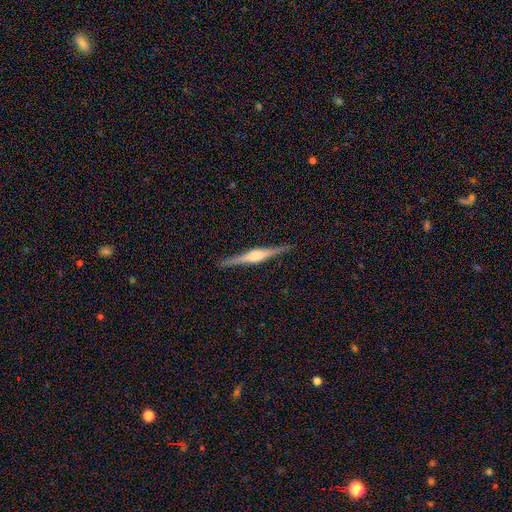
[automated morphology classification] smooth-or-featured: featured or disk: 79% | smooth: 15% | star or artifact: 6%
  disk-edge-on: yes: 98% | no: 2%
    edge-on-bulge: rounded: 72% | boxy: 23% | none: 6%
  merging: none: 90% | minor disturbance: 7% | major disturbance: 1% | merger: 1%